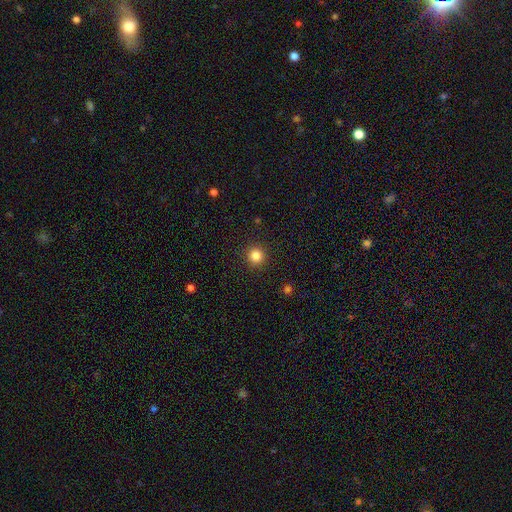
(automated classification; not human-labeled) A smooth galaxy with no disk features (84%) that is round (95%).

Vote fractions:
- Smooth or featured? smooth: 84% / star or artifact: 11% / featured or disk: 4%
- How rounded? round: 95% / in between: 4% / cigar-shaped: 1%
- Merging? none: 92% / minor disturbance: 5% / major disturbance: 2% / merger: 1%